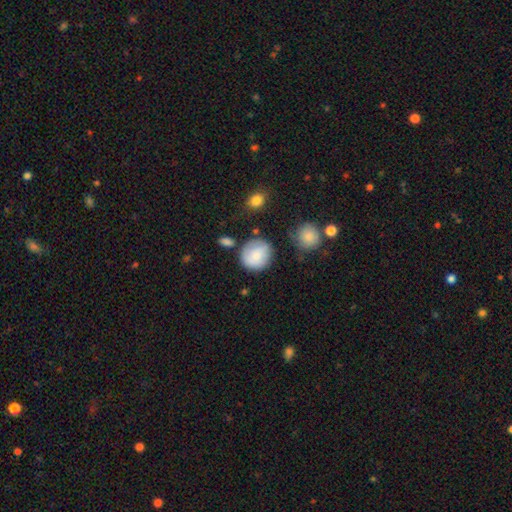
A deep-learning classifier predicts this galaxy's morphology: Overall: smooth (80%). How rounded: round (89%). Merging: none (74%).